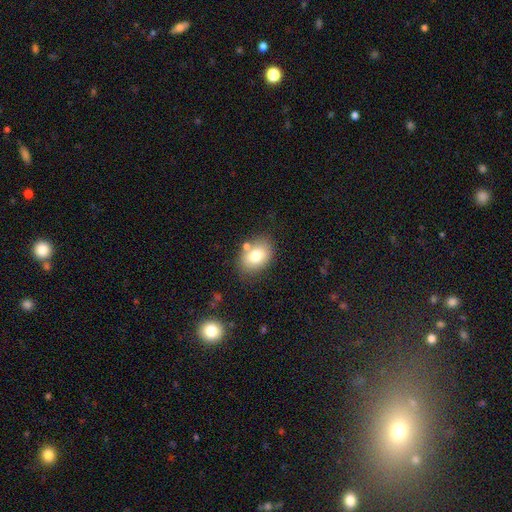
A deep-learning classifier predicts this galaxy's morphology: This is likely a smooth galaxy (76%). How rounded: likely in between (75%). Merging: likely none (72%).